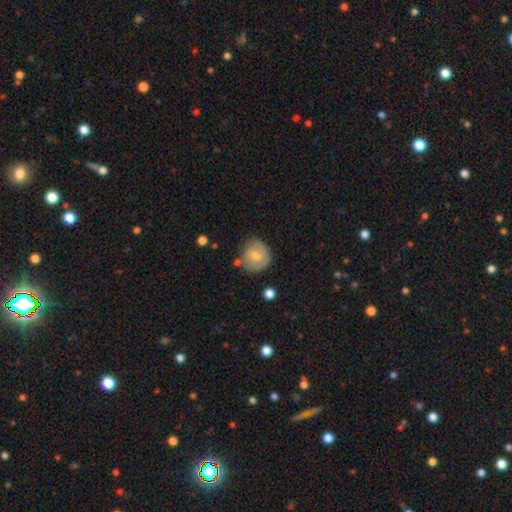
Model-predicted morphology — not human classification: smooth_or_featured: smooth (p=0.59) [alt: featured or disk p=0.35]
how_rounded: round (p=0.84) [alt: in between p=0.15]
merging: none (p=0.62) [alt: minor disturbance p=0.25]